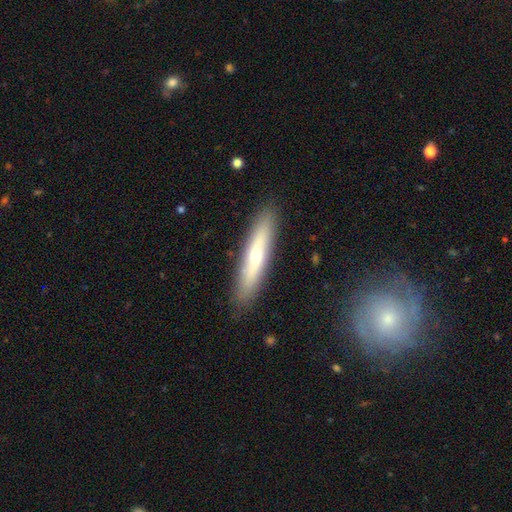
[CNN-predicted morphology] A smooth galaxy with no disk features (52%) that is cigar-shaped (86%).

Vote fractions:
- Smooth or featured? smooth: 52% / featured or disk: 41% / star or artifact: 6%
- How rounded? cigar-shaped: 86% / in between: 13% / round: 2%
- Merging? none: 88% / minor disturbance: 9% / major disturbance: 2% / merger: 1%